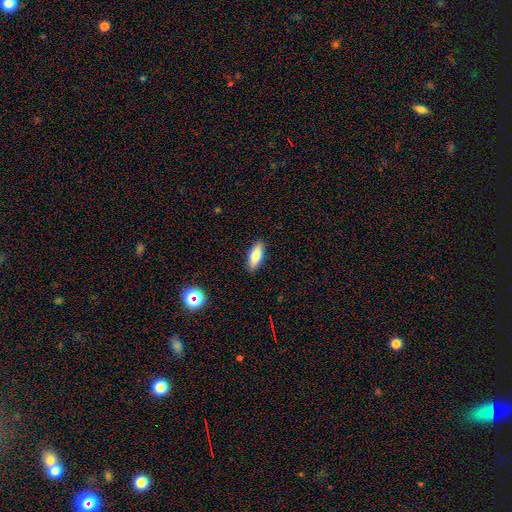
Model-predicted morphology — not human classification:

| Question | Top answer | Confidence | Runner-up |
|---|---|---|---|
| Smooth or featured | smooth | 79% | featured or disk (14%) |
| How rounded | in between | 73% | cigar-shaped (25%) |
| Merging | none | 89% | minor disturbance (8%) |